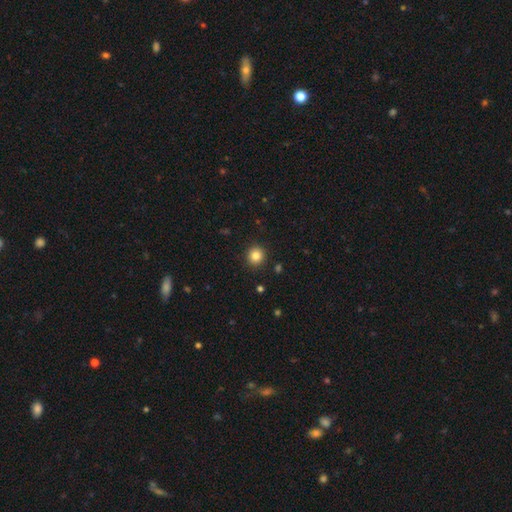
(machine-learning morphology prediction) type=smooth (84%); roundness=round (92%); merging=none (92%).